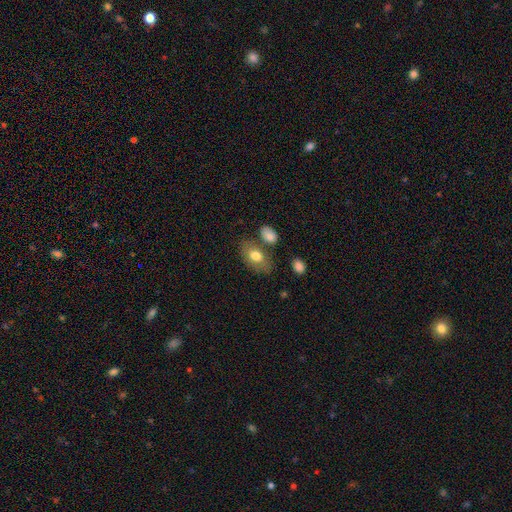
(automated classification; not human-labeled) A smooth galaxy with no disk features (74%) that is in between round and cigar-shaped (89%). Merging: none (65%).